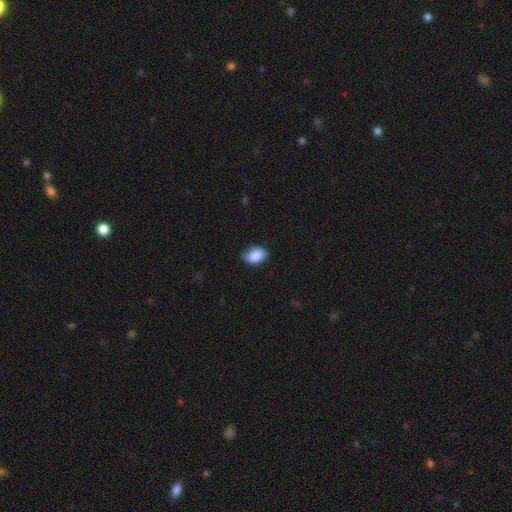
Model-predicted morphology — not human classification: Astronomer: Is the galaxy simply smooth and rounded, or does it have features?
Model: smooth — 86%.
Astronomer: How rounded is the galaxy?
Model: in between — 74%.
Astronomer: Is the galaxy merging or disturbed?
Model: none — 54% (runner-up: minor disturbance, 37%).